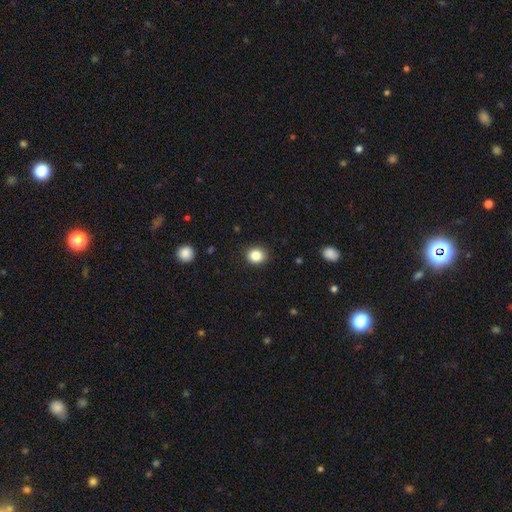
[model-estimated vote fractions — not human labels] The model was most divided on "how rounded": round: 73%, in between: 26%, cigar-shaped: 1%. More confident: merging — none (90%); smooth or featured — smooth (85%).